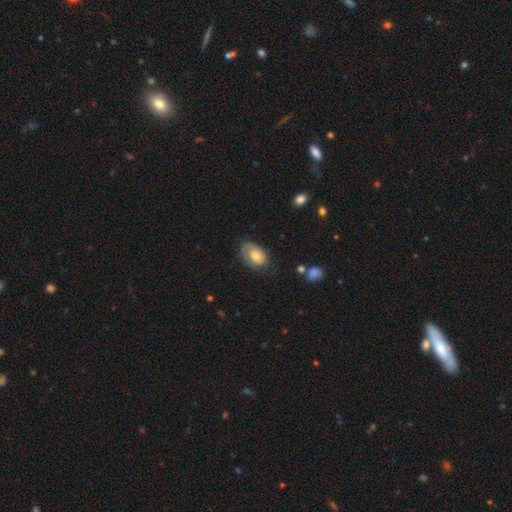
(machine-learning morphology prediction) Smooth or featured?
  - smooth: 63% *
  - featured or disk: 30%
  - star or artifact: 7%
How rounded?
  - in between: 89% *
  - round: 10%
  - cigar-shaped: 1%
Merging?
  - none: 59% *
  - minor disturbance: 29%
  - major disturbance: 11%
  - merger: 2%